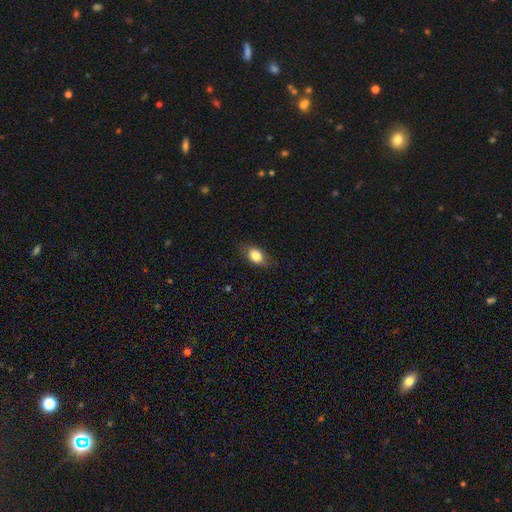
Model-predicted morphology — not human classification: Smooth or featured: smooth — 82% (featured or disk — 10%)
How rounded: in between — 82% (round — 15%)
Merging: none — 77% (minor disturbance — 17%)